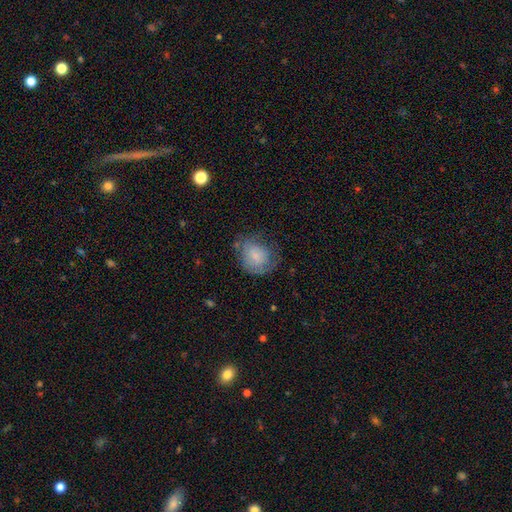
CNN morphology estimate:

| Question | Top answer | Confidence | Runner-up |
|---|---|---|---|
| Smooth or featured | smooth | 70% | featured or disk (22%) |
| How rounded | round | 62% | in between (37%) |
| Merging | none | 52% | minor disturbance (29%) |